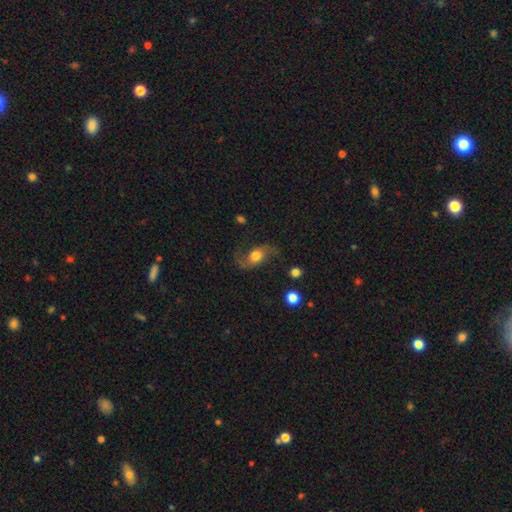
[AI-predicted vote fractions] Morphology: type=featured or disk (64%); edge-on=no (93%); bar=no (68%); spiral arms=yes (89%); winding=loose (81%); arm count=2 (91%); bulge=moderate (54%); merging=none (65%).